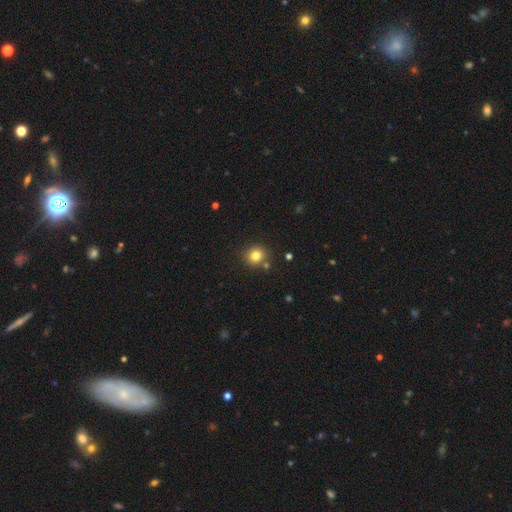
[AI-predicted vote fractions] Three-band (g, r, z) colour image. It shows a smooth galaxy with no disk features (80%) that is round (85%). Merging: none (82%).